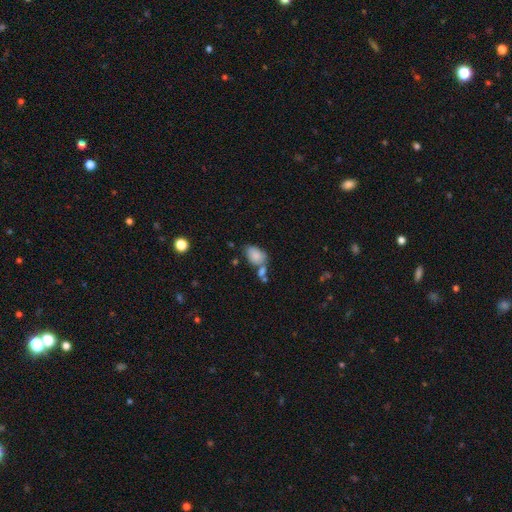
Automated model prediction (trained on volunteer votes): Smooth or featured?
  - smooth: 83% *
  - featured or disk: 9%
  - star or artifact: 8%
How rounded?
  - in between: 87% *
  - round: 12%
  - cigar-shaped: 1%
Merging?
  - none: 44% *
  - merger: 30%
  - minor disturbance: 19%
  - major disturbance: 8%